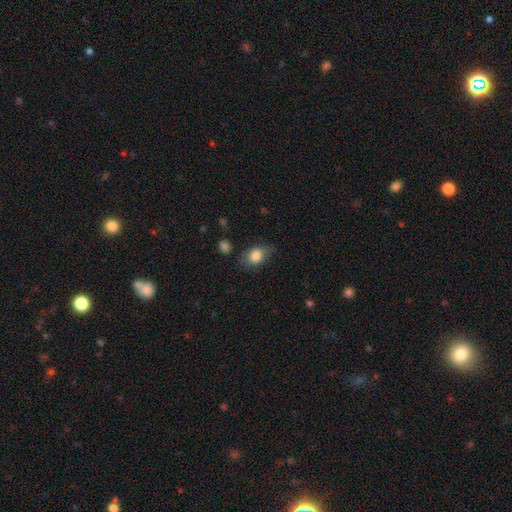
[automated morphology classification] The model was most divided on "merging": none: 62%, minor disturbance: 27%, major disturbance: 8%, merger: 2%. More confident: smooth or featured — smooth (83%); how rounded — in between (69%).